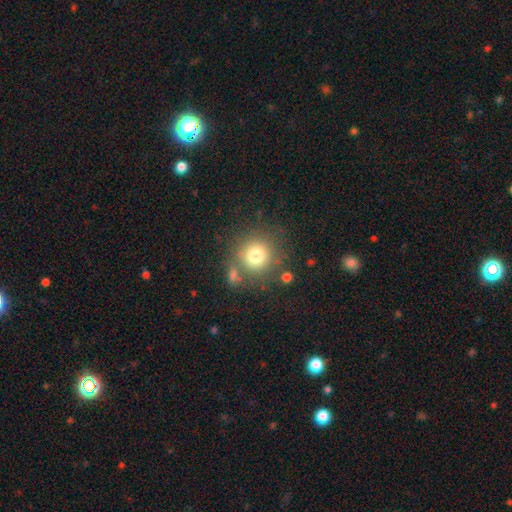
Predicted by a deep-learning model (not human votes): Smooth or featured: smooth — 76% (star or artifact — 12%)
How rounded: round — 92% (in between — 7%)
Merging: none — 70% (minor disturbance — 12%)